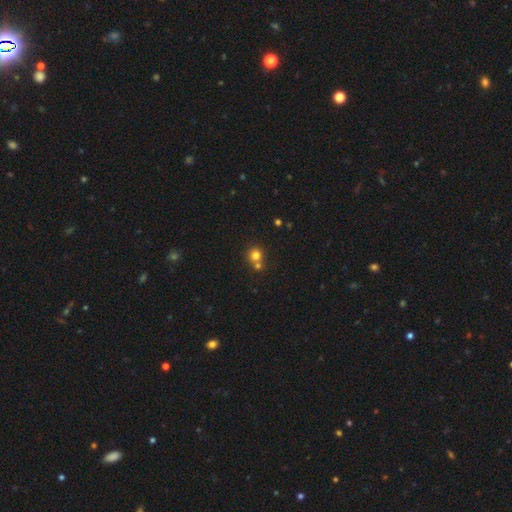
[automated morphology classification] Q: Smooth or featured?
A: smooth (77%); runner-up: star or artifact (15%)
Q: How rounded?
A: round (90%); runner-up: in between (9%)
Q: Merging?
A: none (58%); runner-up: merger (33%)